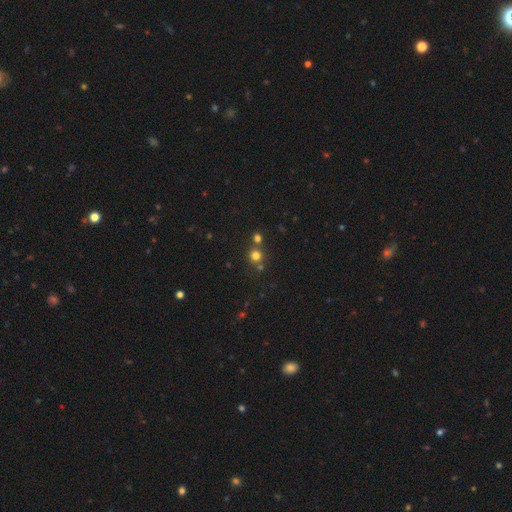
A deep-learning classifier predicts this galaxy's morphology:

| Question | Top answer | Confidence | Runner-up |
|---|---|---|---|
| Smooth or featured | smooth | 73% | star or artifact (20%) |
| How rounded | round | 91% | in between (8%) |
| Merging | none | 69% | merger (22%) |